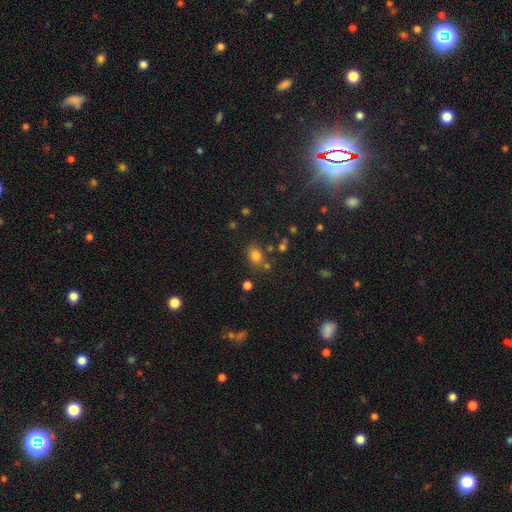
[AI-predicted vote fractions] A smooth galaxy with no disk features (78%) that is in between round and cigar-shaped (50%). Merging: none (71%).